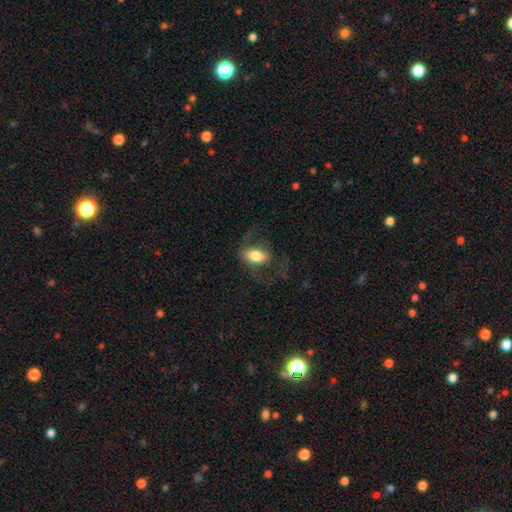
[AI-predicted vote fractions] smooth-or-featured: smooth: 62% | featured or disk: 31% | star or artifact: 7%
  how-rounded: in between: 87% | round: 8% | cigar-shaped: 4%
  merging: none: 55% | major disturbance: 25% | minor disturbance: 18% | merger: 2%